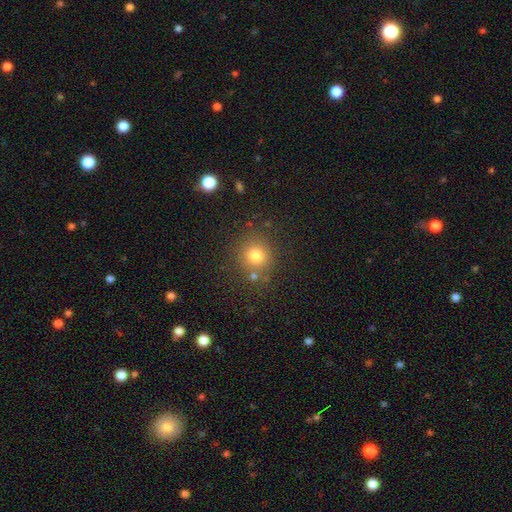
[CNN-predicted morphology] Smooth or featured? smooth (77%)
How rounded? round (89%)
Merging? none (79%)